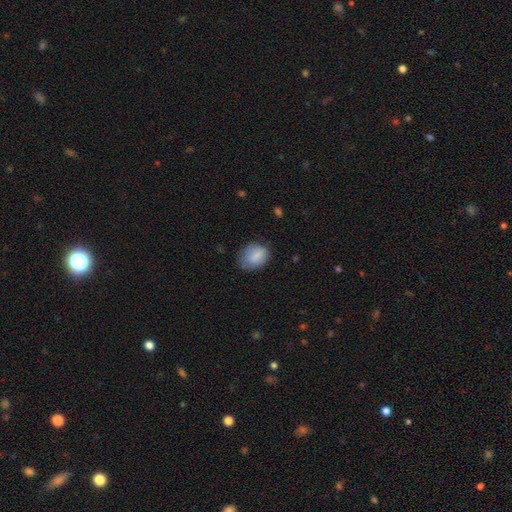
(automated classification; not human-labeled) smooth-or-featured: smooth: 84% | featured or disk: 8% | star or artifact: 8%
  how-rounded: in between: 60% | round: 39% | cigar-shaped: 1%
  merging: none: 64% | minor disturbance: 27% | major disturbance: 7% | merger: 1%